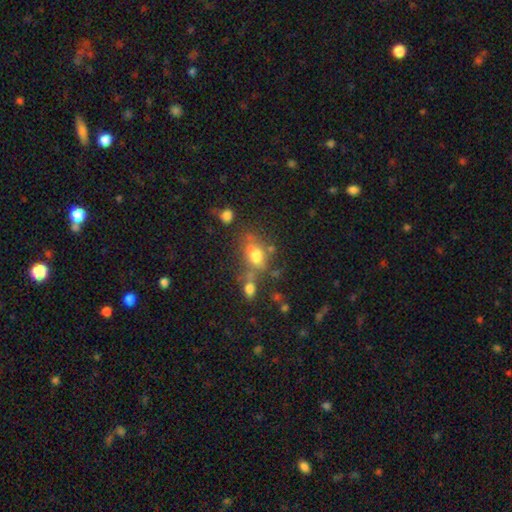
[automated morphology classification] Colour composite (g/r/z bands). It shows a smooth galaxy with no disk features (67%) that is in between round and cigar-shaped (64%). Merging: none (43%).